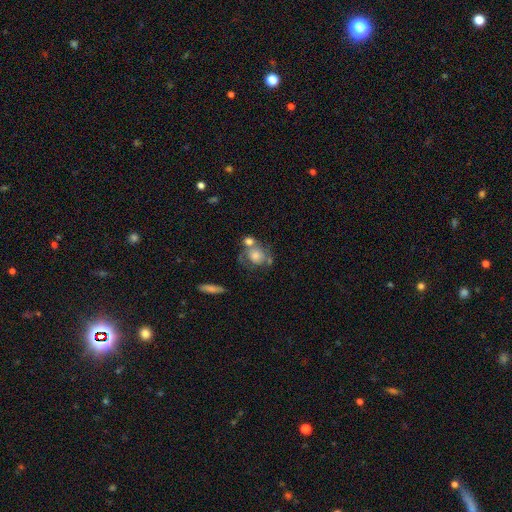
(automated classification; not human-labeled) The model was most divided on "merging": none: 36%, merger: 34%, minor disturbance: 16%, major disturbance: 14%. More confident: how rounded — round (68%); smooth or featured — smooth (52%).